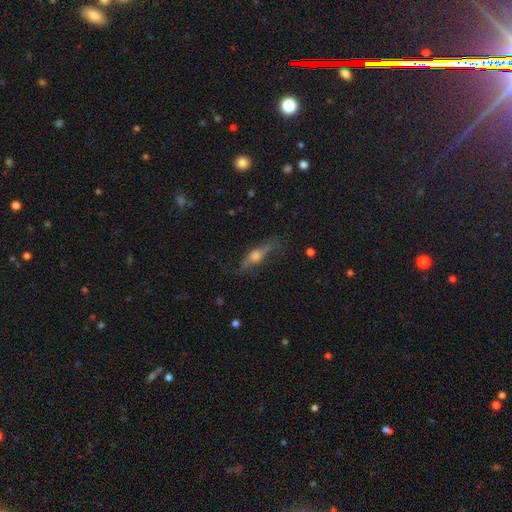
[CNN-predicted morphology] Smooth or featured? featured or disk (56%)
Edge-on disk? yes (85%)
Merging? none (67%)